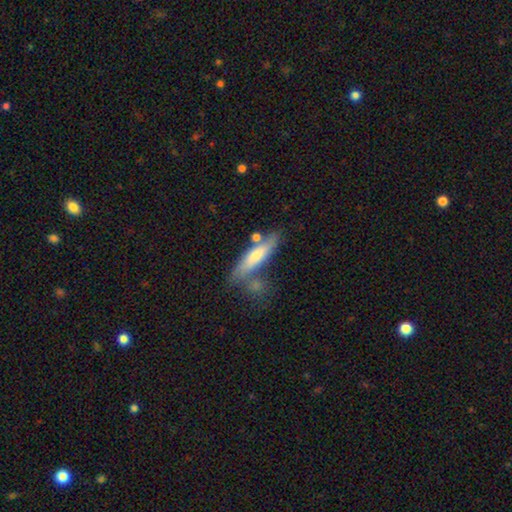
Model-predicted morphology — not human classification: This appears to be a smooth galaxy with no disk features (54%) that is cigar-shaped (79%). Merging: none (62%).